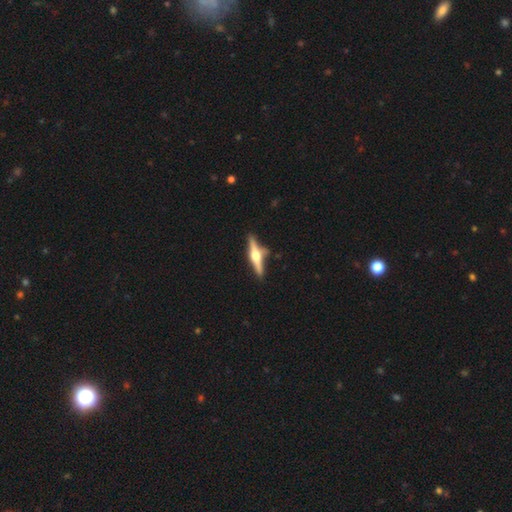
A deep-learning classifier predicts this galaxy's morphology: A featured or disk galaxy (75%) viewed edge-on (97%) with a rounded central bulge (95%).

Vote fractions:
- Smooth or featured? featured or disk: 75% / smooth: 20% / star or artifact: 5%
- Edge-on disk? yes: 97% / no: 3%
- Edge-on bulge? rounded: 95% / boxy: 3% / none: 2%
- Merging? none: 82% / minor disturbance: 11% / merger: 5% / major disturbance: 3%